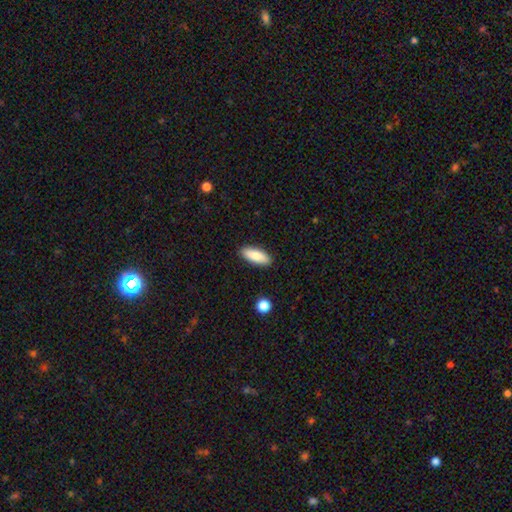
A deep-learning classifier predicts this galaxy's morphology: type=smooth (84%); roundness=in between (74%); merging=none (89%).